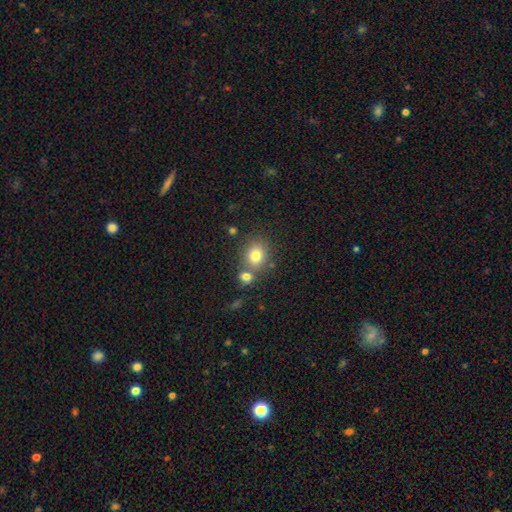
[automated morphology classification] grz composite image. It shows a smooth galaxy with no disk features (79%) that is round (72%). Merging: none (60%).